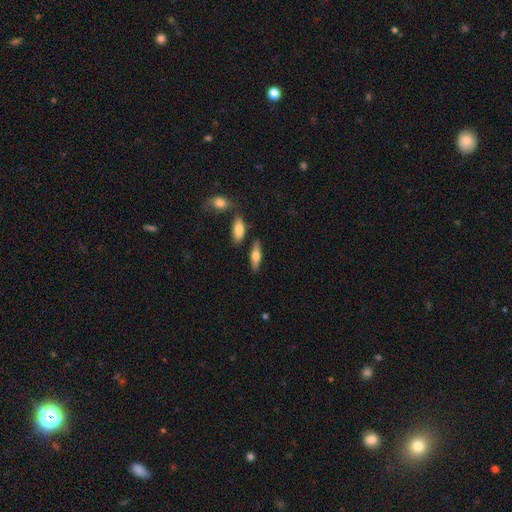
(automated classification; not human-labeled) smooth 50%, featured or disk 43%, star or artifact 6%. Down the decision tree: how rounded — in between (53%); merging — none (82%).